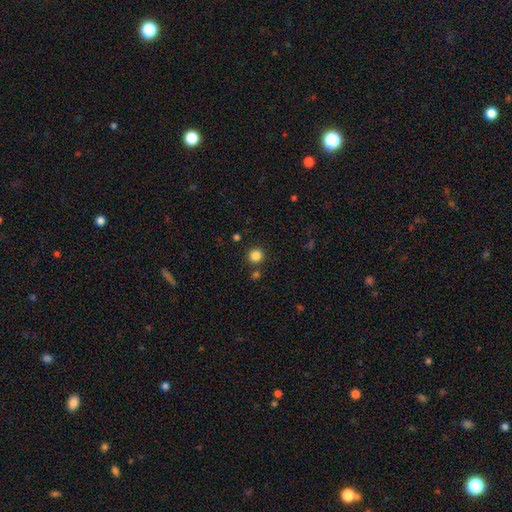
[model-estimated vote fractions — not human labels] Morphology: type=smooth (84%); roundness=round (94%); merging=none (85%).